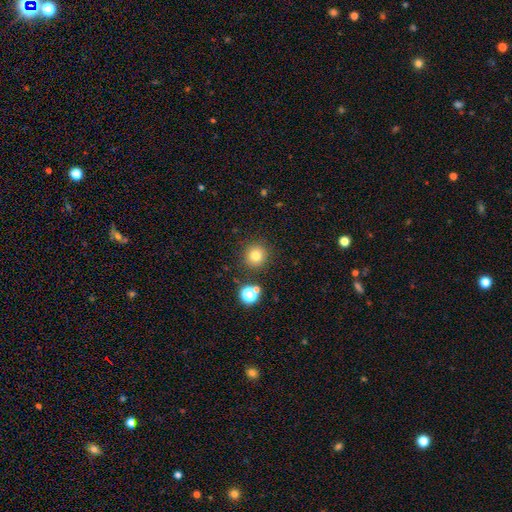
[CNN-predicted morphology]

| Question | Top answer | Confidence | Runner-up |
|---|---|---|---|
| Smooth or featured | smooth | 77% | star or artifact (15%) |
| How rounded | round | 93% | in between (6%) |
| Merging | none | 86% | minor disturbance (7%) |